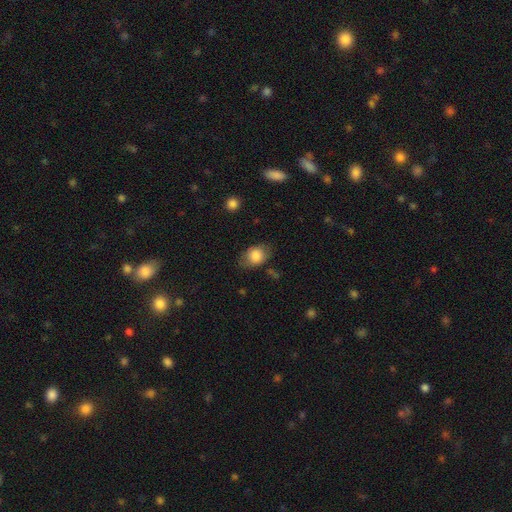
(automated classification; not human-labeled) The model was most divided on "how rounded": in between: 67%, round: 32%, cigar-shaped: 1%. More confident: smooth or featured — smooth (82%); merging — none (70%).